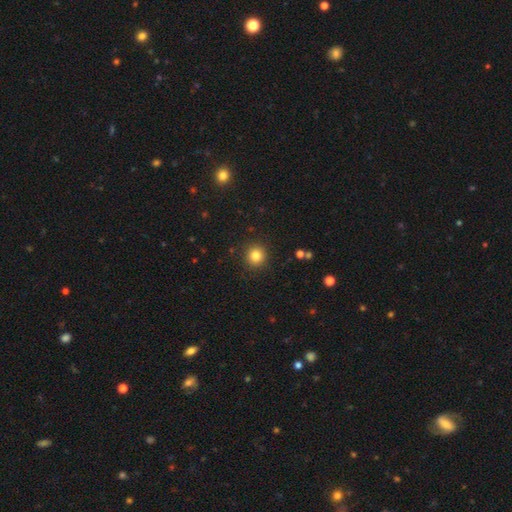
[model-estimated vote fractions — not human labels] The model was most divided on "smooth or featured": smooth: 83%, star or artifact: 12%, featured or disk: 5%. More confident: how rounded — round (93%); merging — none (91%).